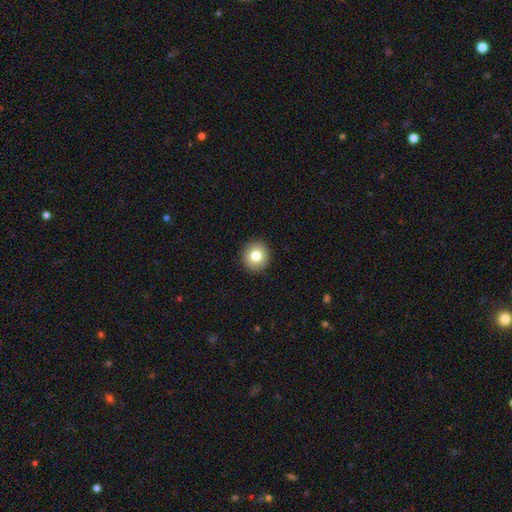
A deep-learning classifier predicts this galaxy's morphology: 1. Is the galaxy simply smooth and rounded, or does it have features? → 80% smooth, 10% featured or disk, 10% star or artifact.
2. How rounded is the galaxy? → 91% round, 8% in between, 1% cigar-shaped.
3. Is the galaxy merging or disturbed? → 93% none, 5% minor disturbance, 2% major disturbance, 1% merger.